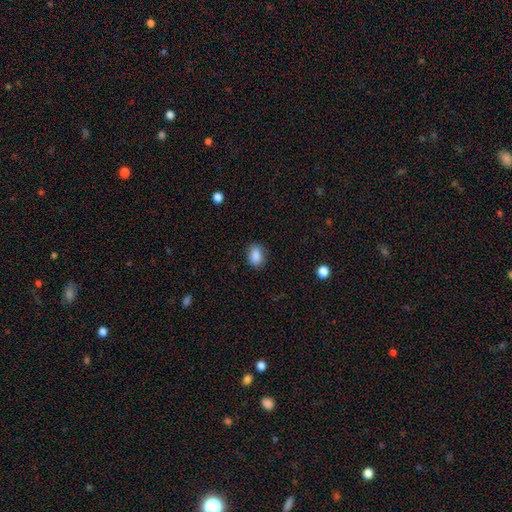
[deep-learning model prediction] Smooth or featured: smooth — 88% (star or artifact — 8%)
How rounded: in between — 82% (round — 17%)
Merging: none — 83% (minor disturbance — 13%)